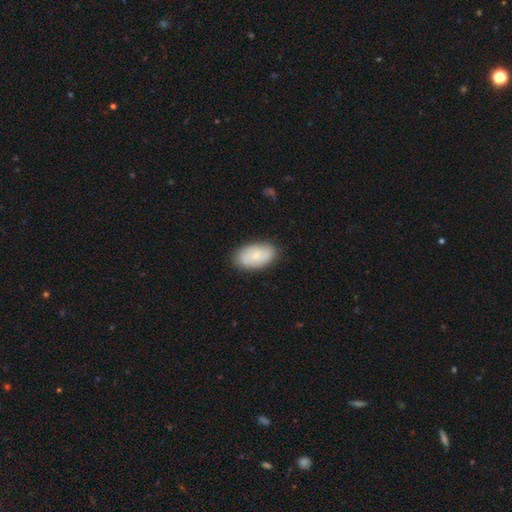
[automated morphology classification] smooth_or_featured: smooth (p=0.77) [alt: featured or disk p=0.17]
how_rounded: in between (p=0.94) [alt: round p=0.04]
merging: none (p=0.84) [alt: minor disturbance p=0.12]